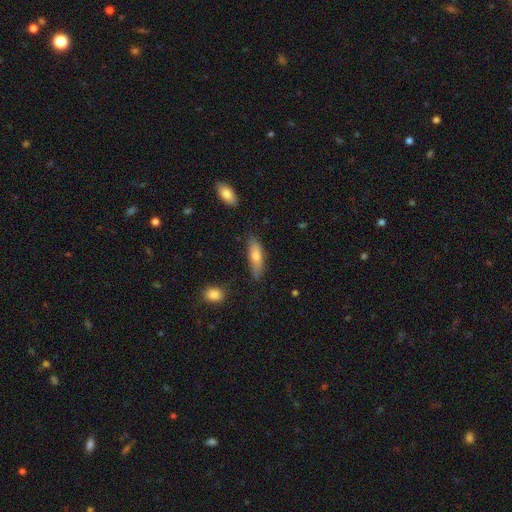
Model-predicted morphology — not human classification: type=smooth (68%); roundness=cigar-shaped (50%); merging=none (70%).